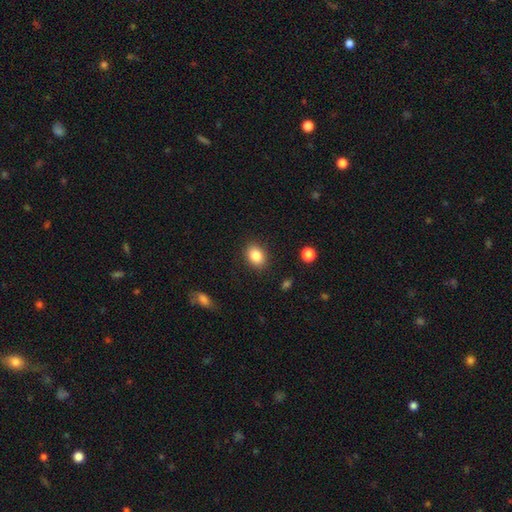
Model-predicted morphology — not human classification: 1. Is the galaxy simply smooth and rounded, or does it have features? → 86% smooth, 9% star or artifact, 6% featured or disk.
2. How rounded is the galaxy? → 66% in between, 33% round, 1% cigar-shaped.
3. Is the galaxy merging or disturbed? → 87% none, 9% minor disturbance, 3% major disturbance, 1% merger.